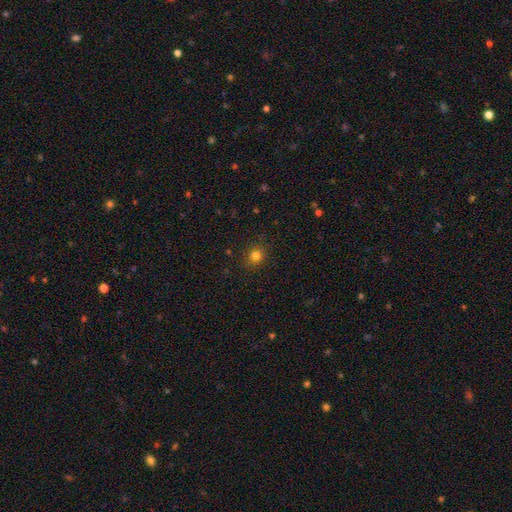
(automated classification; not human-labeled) Smooth or featured: smooth — 80% (star or artifact — 15%)
How rounded: round — 79% (in between — 20%)
Merging: none — 88% (minor disturbance — 9%)